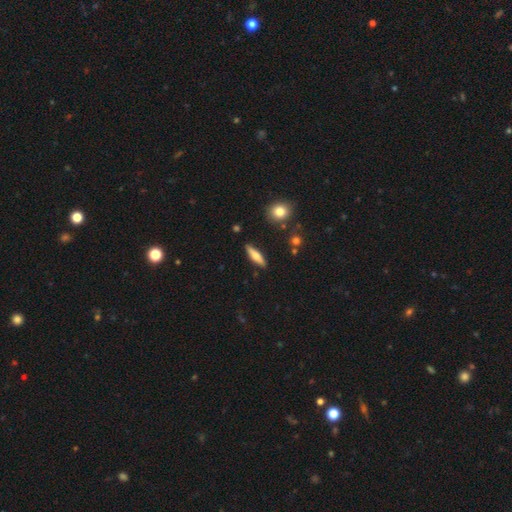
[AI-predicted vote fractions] The model was most divided on "smooth or featured": smooth: 59%, featured or disk: 35%, star or artifact: 6%. More confident: merging — none (87%); how rounded — cigar-shaped (67%).